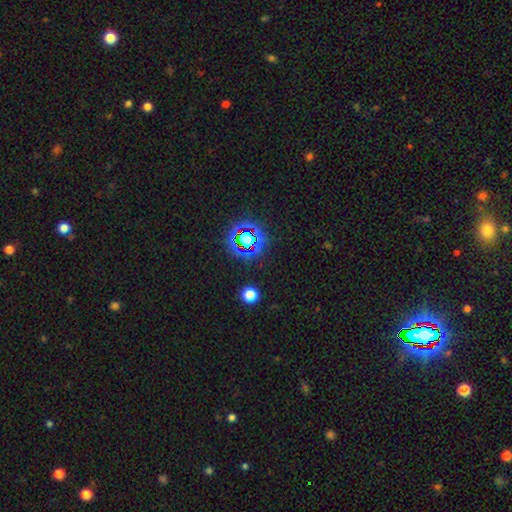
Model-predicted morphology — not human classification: This is likely a star or artifact rather than a galaxy (78%).